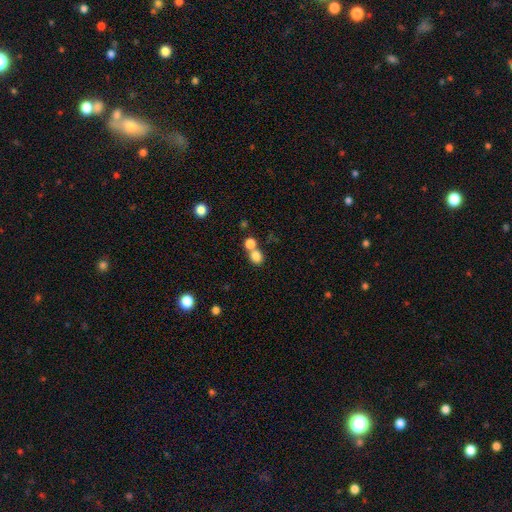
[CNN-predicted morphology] Q: Smooth or featured?
A: smooth (82%); runner-up: star or artifact (11%)
Q: How rounded?
A: round (74%); runner-up: in between (25%)
Q: Merging?
A: merger (45%); tied with: none (45%)